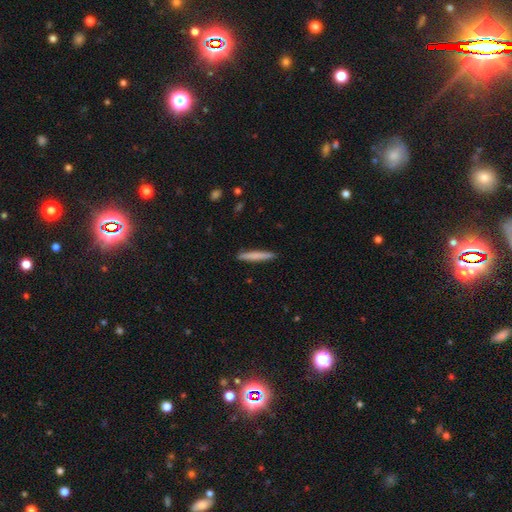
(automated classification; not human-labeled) A smooth galaxy with no disk features (75%) that is cigar-shaped (95%).

Vote fractions:
- Smooth or featured? smooth: 75% / featured or disk: 20% / star or artifact: 5%
- How rounded? cigar-shaped: 95% / in between: 3% / round: 1%
- Merging? none: 91% / minor disturbance: 6% / major disturbance: 1% / merger: 1%